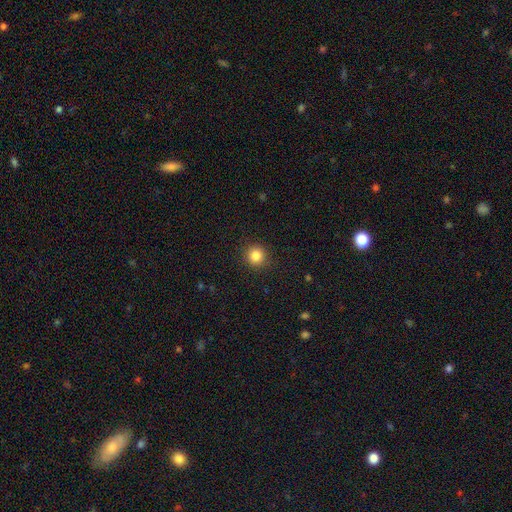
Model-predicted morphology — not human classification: A smooth galaxy with no disk features (85%) that is round (94%). Merging: none (91%).